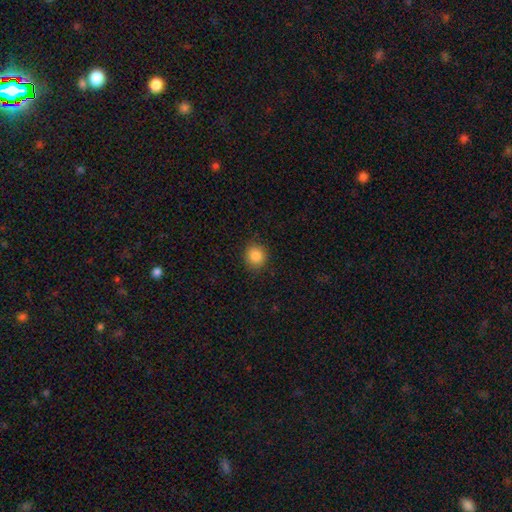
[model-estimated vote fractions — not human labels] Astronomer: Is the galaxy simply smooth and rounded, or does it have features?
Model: smooth — 86%.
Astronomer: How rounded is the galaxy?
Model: round — 87%.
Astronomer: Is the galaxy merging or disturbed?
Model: none — 88%.